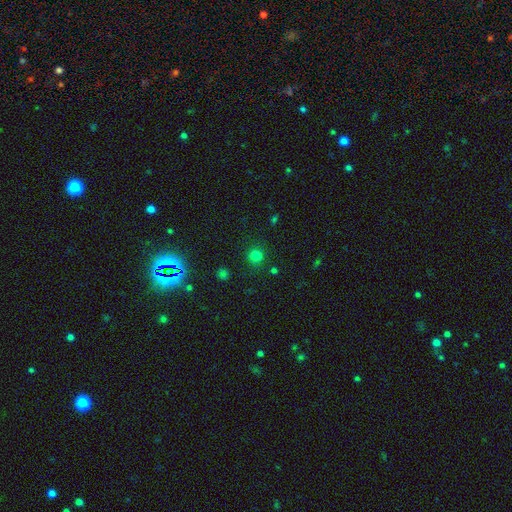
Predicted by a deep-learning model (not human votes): Q: Smooth or featured?
A: smooth (71%); runner-up: star or artifact (24%)
Q: How rounded?
A: round (81%); runner-up: in between (18%)
Q: Merging?
A: none (77%); runner-up: minor disturbance (12%)